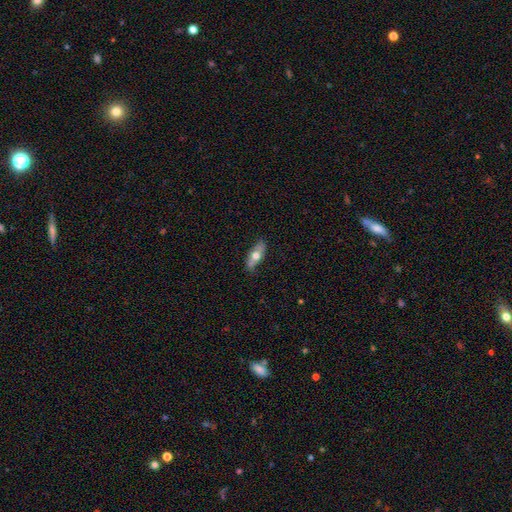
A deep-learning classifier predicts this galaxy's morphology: The model was most divided on "smooth or featured": smooth: 54%, featured or disk: 40%, star or artifact: 6%. More confident: merging — none (79%); how rounded — in between (74%).